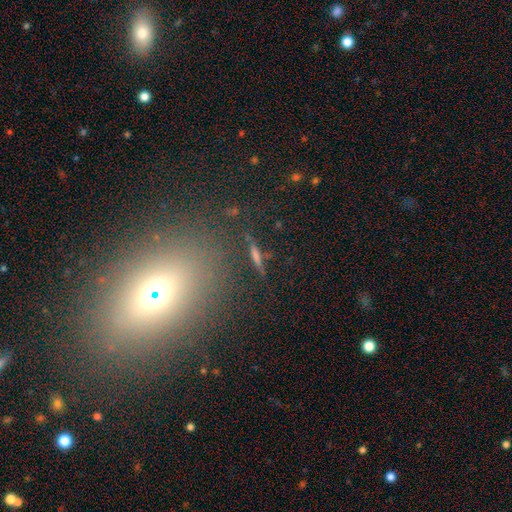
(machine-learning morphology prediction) Overall: smooth (40%; featured or disk 37%). Merging: none (84%).